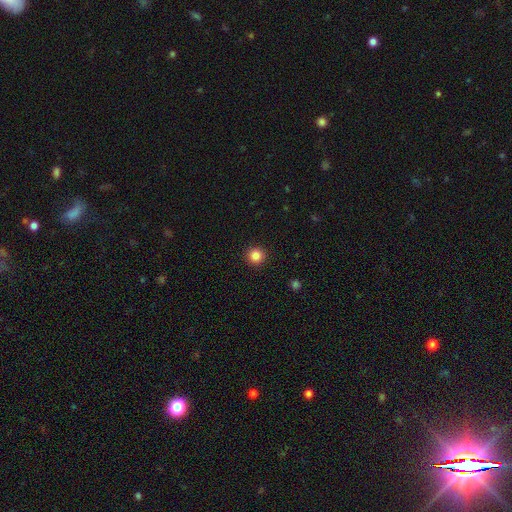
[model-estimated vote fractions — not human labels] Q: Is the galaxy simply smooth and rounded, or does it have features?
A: smooth — 85%.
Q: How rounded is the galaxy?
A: round — 95%.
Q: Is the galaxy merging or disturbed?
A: none — 93%.